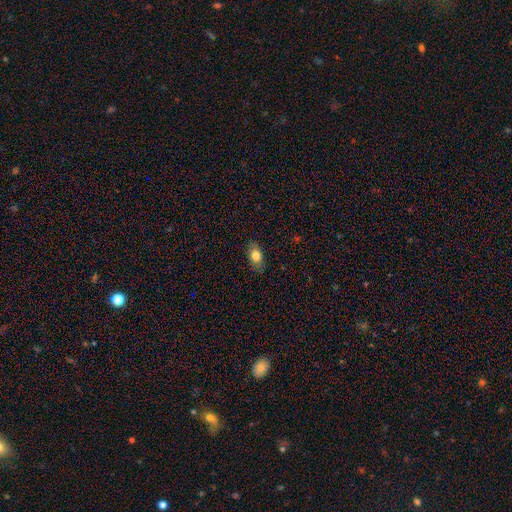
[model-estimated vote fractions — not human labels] This is likely a smooth galaxy (78%). How rounded: clearly in between (86%). Merging: clearly none (84%).